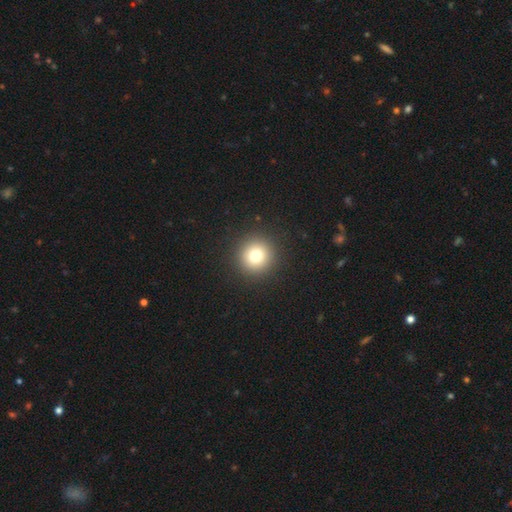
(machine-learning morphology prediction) Smooth or featured?
  - smooth: 77% *
  - star or artifact: 14%
  - featured or disk: 10%
How rounded?
  - round: 95% *
  - in between: 4%
  - cigar-shaped: 1%
Merging?
  - none: 92% *
  - minor disturbance: 4%
  - major disturbance: 2%
  - merger: 1%